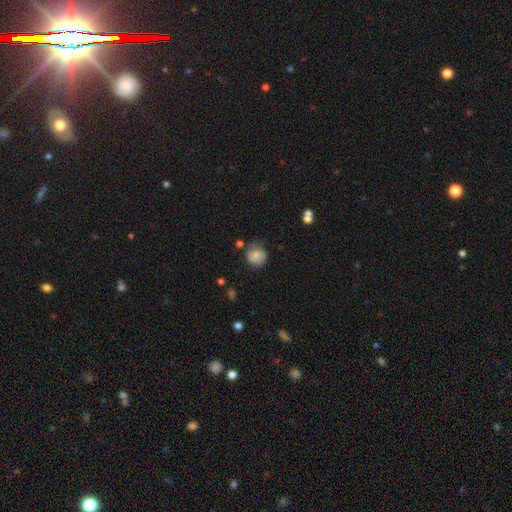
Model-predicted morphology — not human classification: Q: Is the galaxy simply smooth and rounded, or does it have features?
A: smooth — 72%.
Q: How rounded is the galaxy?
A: round — 85%.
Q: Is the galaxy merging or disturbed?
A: none — 65%.